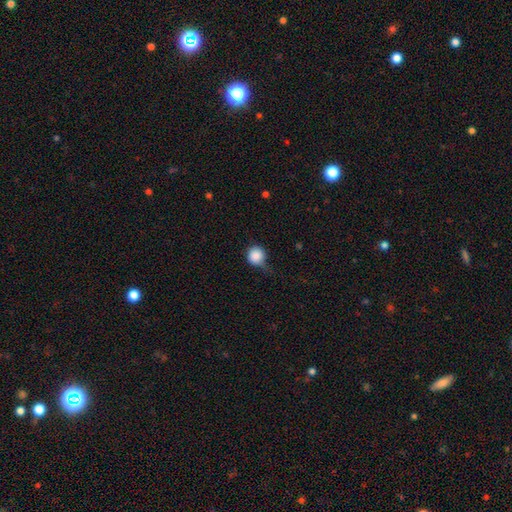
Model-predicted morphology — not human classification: A smooth galaxy with no disk features (86%) that is round (91%).

Vote fractions:
- Smooth or featured? smooth: 86% / star or artifact: 9% / featured or disk: 5%
- How rounded? round: 91% / in between: 8% / cigar-shaped: 1%
- Merging? none: 43% / minor disturbance: 40% / major disturbance: 14% / merger: 3%